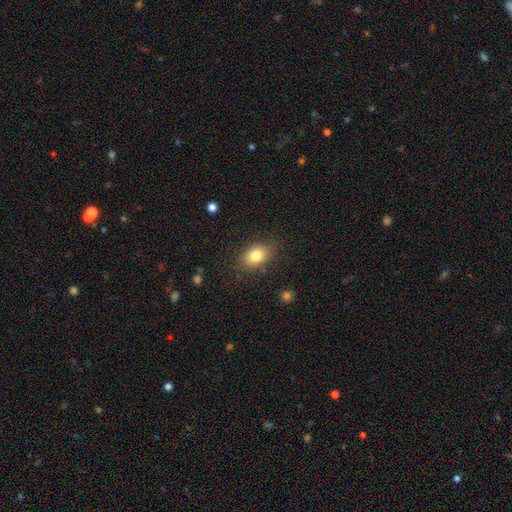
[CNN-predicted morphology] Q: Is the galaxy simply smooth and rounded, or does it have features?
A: smooth — 82%.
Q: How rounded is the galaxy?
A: in between — 76%.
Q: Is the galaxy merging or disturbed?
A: none — 83%.